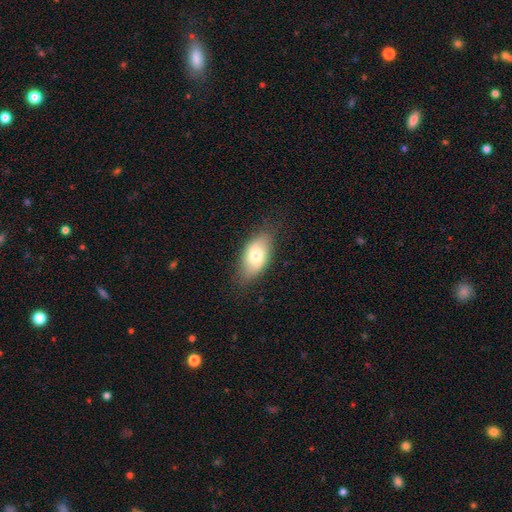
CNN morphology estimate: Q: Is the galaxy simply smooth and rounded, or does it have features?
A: smooth — 71%.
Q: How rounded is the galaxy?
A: in between — 92%.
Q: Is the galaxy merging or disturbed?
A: none — 78%.